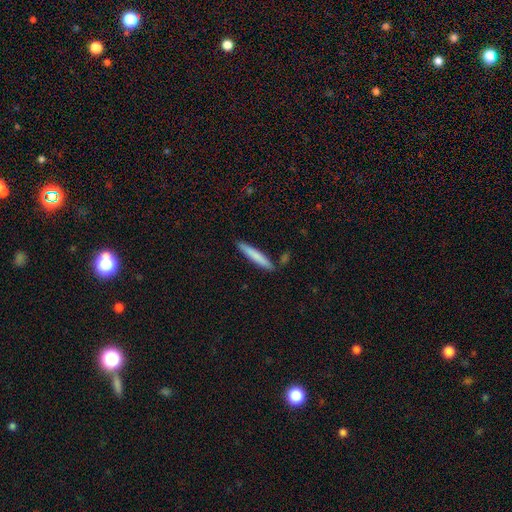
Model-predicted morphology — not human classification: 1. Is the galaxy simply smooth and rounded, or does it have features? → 77% smooth, 18% featured or disk, 5% star or artifact.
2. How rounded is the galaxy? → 94% cigar-shaped, 5% in between, 1% round.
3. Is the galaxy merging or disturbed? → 85% none, 9% minor disturbance, 4% merger, 2% major disturbance.